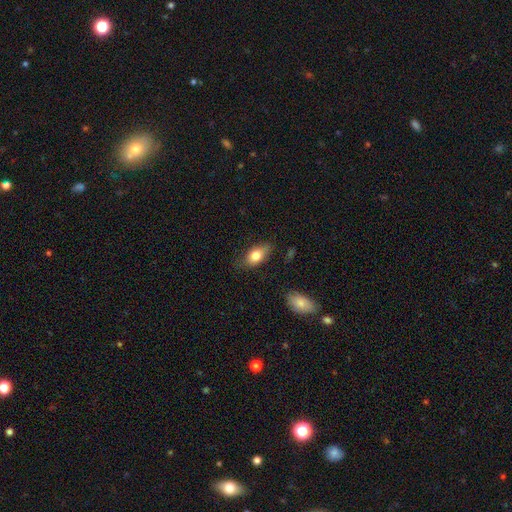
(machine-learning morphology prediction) Overall: smooth (77%). How rounded: in between (86%). Merging: none (73%).